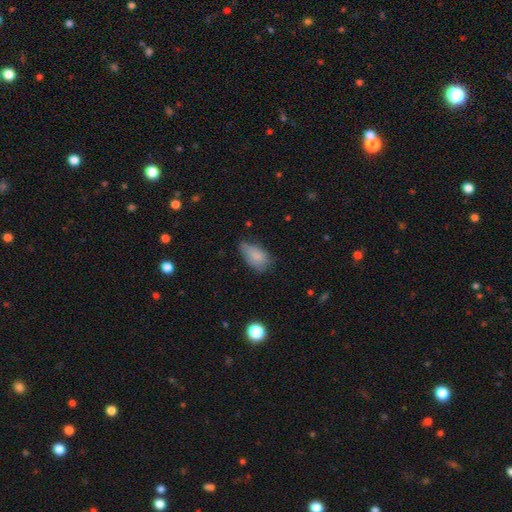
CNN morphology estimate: Overall: smooth (81%). How rounded: in between (91%). Merging: none (43%, tied with minor disturbance).